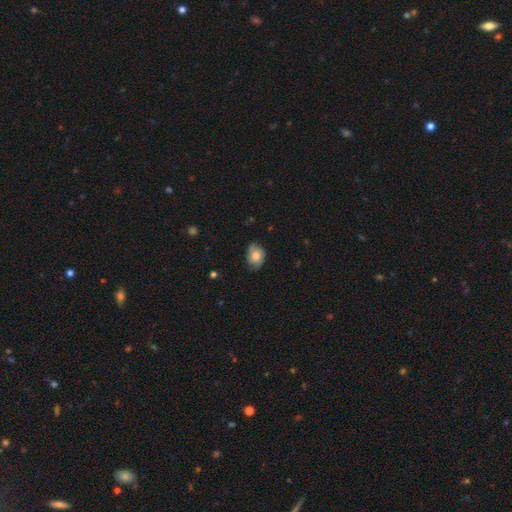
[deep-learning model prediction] A smooth galaxy with no disk features (62%) that is in between round and cigar-shaped (65%).

Vote fractions:
- Smooth or featured? smooth: 62% / featured or disk: 29% / star or artifact: 9%
- How rounded? in between: 65% / round: 34% / cigar-shaped: 1%
- Merging? none: 63% / minor disturbance: 28% / major disturbance: 7% / merger: 2%